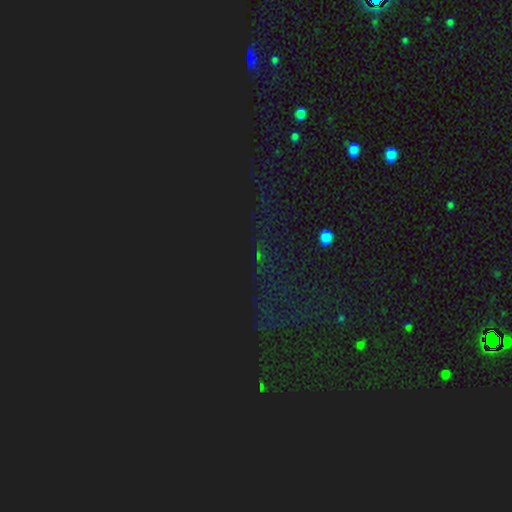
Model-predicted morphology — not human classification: Overall: star or artifact (80%).